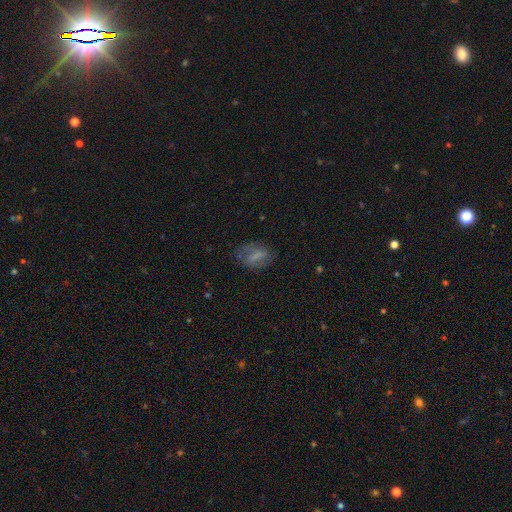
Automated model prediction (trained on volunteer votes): Overall: smooth (60%; featured or disk 30%). How rounded: in between (77%). Merging: none (65%).